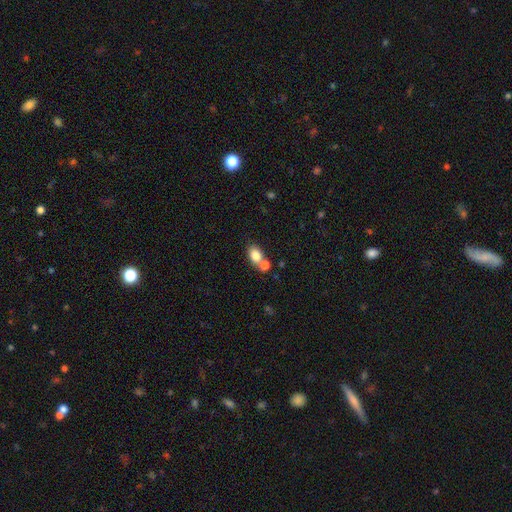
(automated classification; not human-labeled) This appears to be a smooth galaxy with no disk features (82%) that is in between round and cigar-shaped (71%). Merging: none (47%).